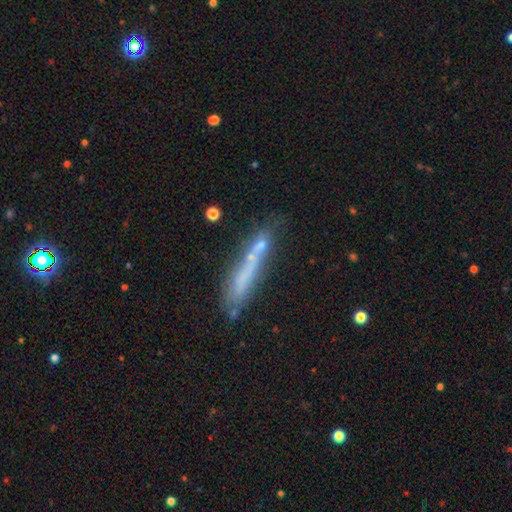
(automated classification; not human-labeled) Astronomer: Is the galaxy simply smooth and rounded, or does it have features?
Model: smooth — 50% (runner-up: featured or disk, 39%).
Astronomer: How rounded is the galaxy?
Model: cigar-shaped — 91%.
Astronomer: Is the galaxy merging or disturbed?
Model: none — 60%.